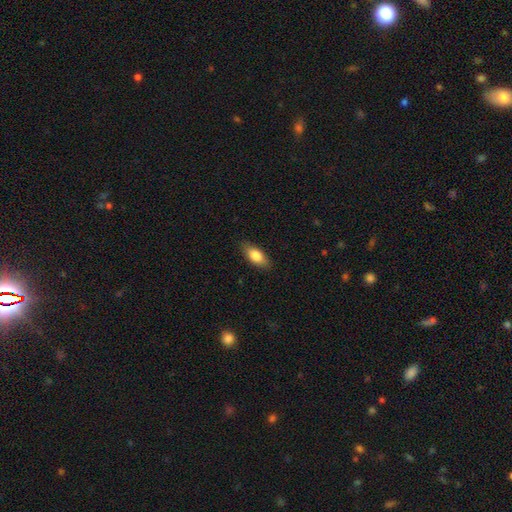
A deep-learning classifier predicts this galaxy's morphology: The model was most divided on "smooth or featured": smooth: 80%, featured or disk: 14%, star or artifact: 7%. More confident: merging — none (86%); how rounded — in between (85%).